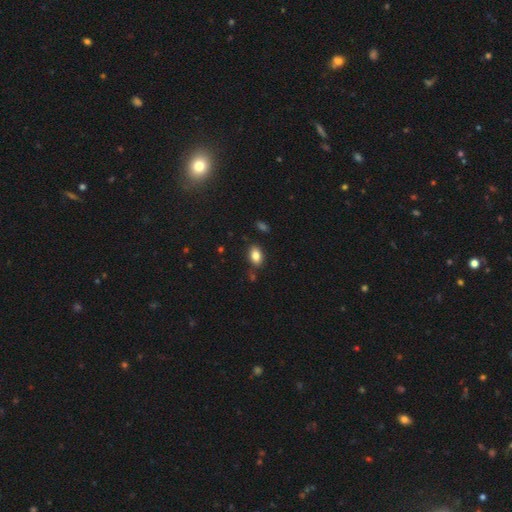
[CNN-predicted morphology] This appears to be a smooth galaxy with no disk features (84%) that is in between round and cigar-shaped (85%). Merging: none (82%).